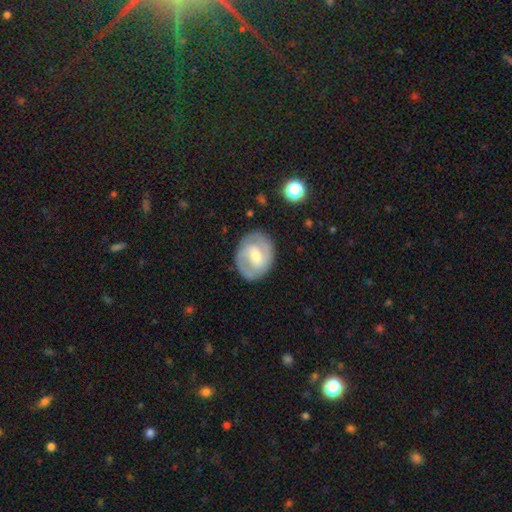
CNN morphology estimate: Smooth or featured? featured or disk (67%)
Edge-on disk? no (96%)
Bar? weak (48%)
Spiral arms? yes (74%)
Bulge size? moderate (60%)
Merging? none (82%)